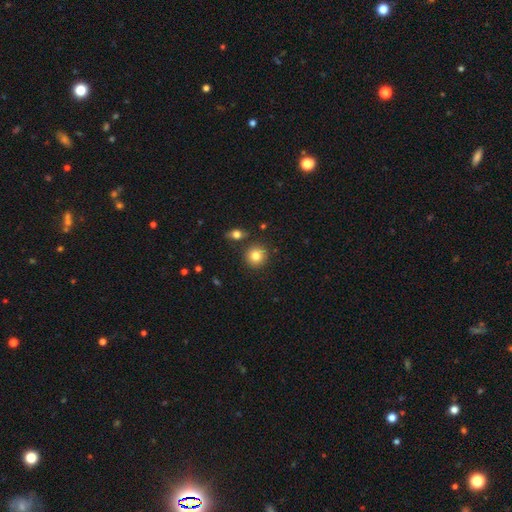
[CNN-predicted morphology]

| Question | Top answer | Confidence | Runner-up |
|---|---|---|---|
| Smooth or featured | smooth | 82% | star or artifact (10%) |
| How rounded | round | 91% | in between (8%) |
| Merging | none | 86% | minor disturbance (7%) |